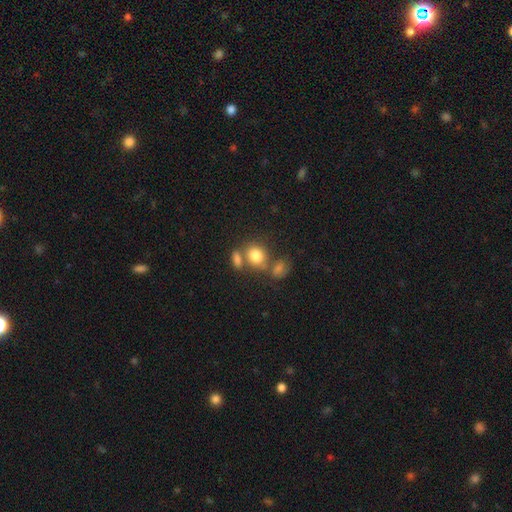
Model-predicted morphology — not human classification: Q: Smooth or featured?
A: smooth (79%); runner-up: featured or disk (10%)
Q: How rounded?
A: round (52%); runner-up: in between (46%)
Q: Merging?
A: none (47%); runner-up: merger (33%)